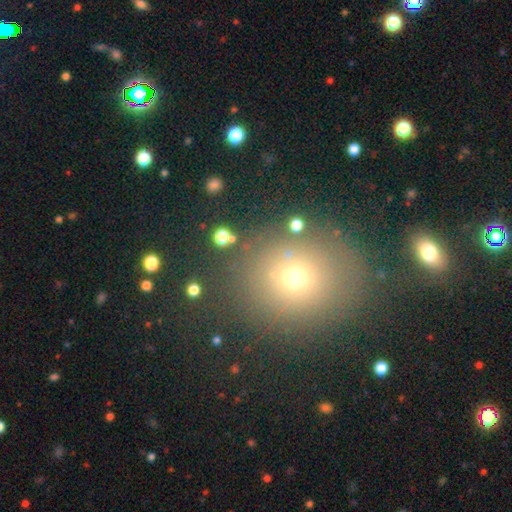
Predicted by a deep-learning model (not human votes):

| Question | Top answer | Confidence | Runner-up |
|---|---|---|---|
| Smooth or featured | smooth | 60% | star or artifact (28%) |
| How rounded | round | 73% | in between (26%) |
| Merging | none | 83% | minor disturbance (9%) |